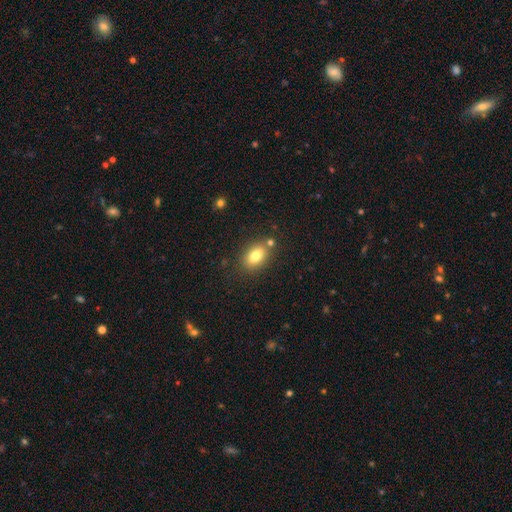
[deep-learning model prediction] Smooth or featured?
  - smooth: 80% *
  - featured or disk: 11%
  - star or artifact: 9%
How rounded?
  - in between: 85% *
  - round: 12%
  - cigar-shaped: 3%
Merging?
  - none: 77% *
  - minor disturbance: 12%
  - merger: 8%
  - major disturbance: 3%